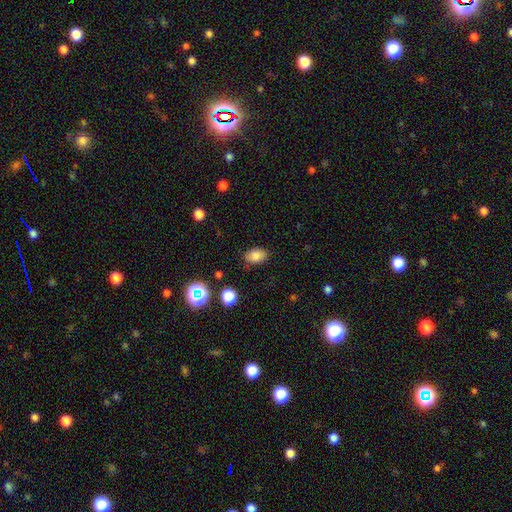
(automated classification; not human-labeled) Smooth or featured?
  - smooth: 82% *
  - star or artifact: 12%
  - featured or disk: 6%
How rounded?
  - in between: 83% *
  - round: 16%
  - cigar-shaped: 1%
Merging?
  - none: 83% *
  - minor disturbance: 12%
  - major disturbance: 3%
  - merger: 2%